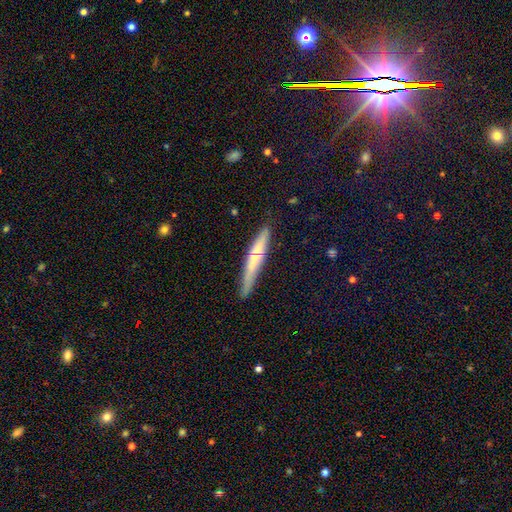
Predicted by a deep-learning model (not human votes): Overall: smooth (52%; featured or disk 41%). How rounded: cigar-shaped (93%). Merging: none (77%).